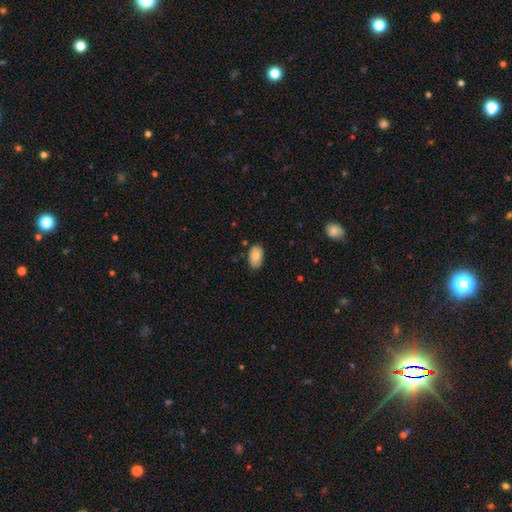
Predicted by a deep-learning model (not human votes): smooth 82%, featured or disk 11%, star or artifact 7%. Down the decision tree: how rounded — in between (93%); merging — none (78%).